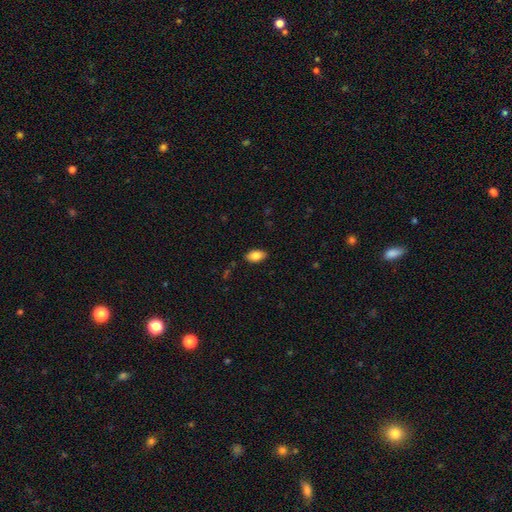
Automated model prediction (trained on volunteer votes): Overall: smooth (84%). How rounded: in between (93%). Merging: none (88%).